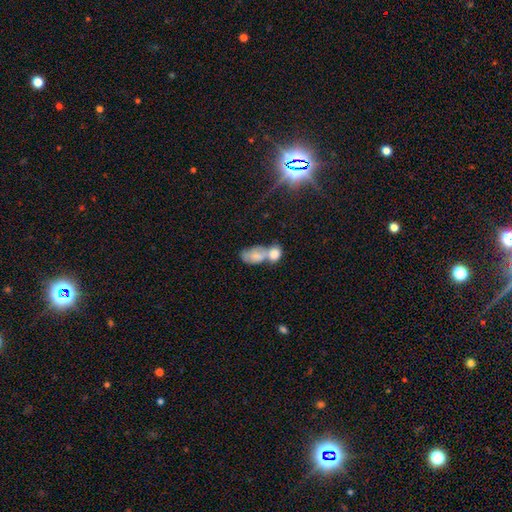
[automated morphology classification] This is likely a smooth galaxy (68%). How rounded: clearly in between (89%). Merging: likely merger (71%).